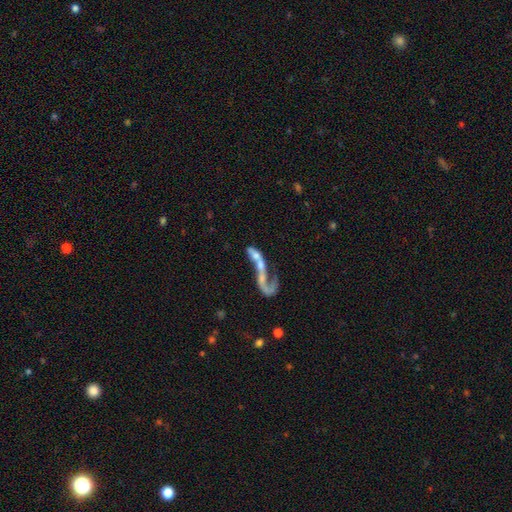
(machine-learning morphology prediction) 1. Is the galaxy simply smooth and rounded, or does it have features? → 61% featured or disk, 29% smooth, 10% star or artifact.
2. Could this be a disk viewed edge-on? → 88% no, 12% yes.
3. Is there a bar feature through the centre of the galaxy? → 72% no, 18% weak, 10% strong.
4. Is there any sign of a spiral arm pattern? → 57% no, 43% yes.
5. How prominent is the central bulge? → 41% none, 30% small, 22% moderate, 5% large, 2% dominant.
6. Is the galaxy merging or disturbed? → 58% merger, 23% major disturbance, 13% none, 7% minor disturbance.